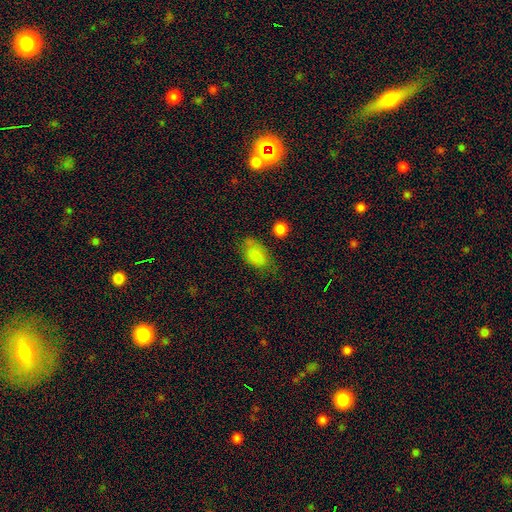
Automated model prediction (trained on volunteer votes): This is clearly a smooth galaxy (82%). How rounded: clearly in between (90%). Merging: possibly none (59%).